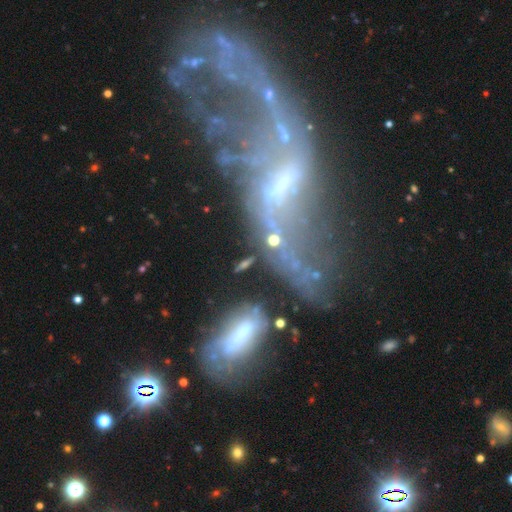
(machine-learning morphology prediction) Smooth or featured: featured or disk — 75% (smooth — 14%)
Edge-on disk: no — 90% (yes — 10%)
Bar: weak — 41% (no — 30%)
Spiral arms: yes — 65% (no — 35%)
Bulge size: small — 43% (none — 27%)
Merging: major disturbance — 32% (merger — 27%)